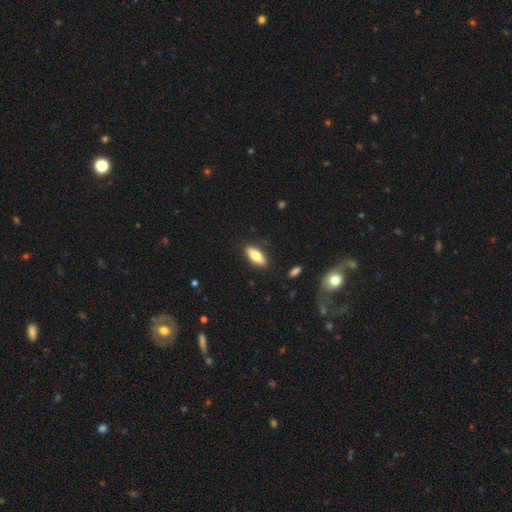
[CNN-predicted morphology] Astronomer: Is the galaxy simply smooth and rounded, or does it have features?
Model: smooth — 73%.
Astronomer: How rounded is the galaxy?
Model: in between — 74%.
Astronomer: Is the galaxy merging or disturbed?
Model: none — 87%.